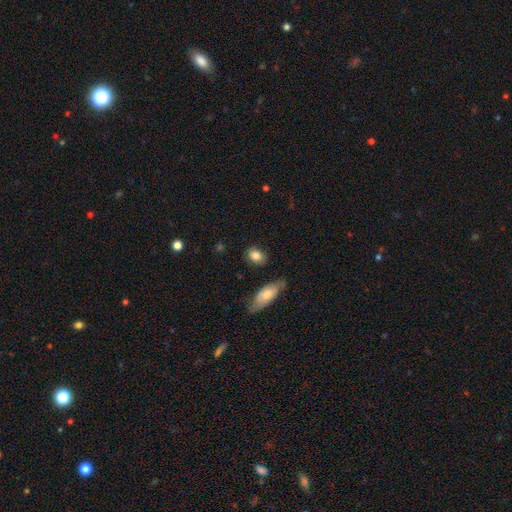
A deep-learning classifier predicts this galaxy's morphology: A smooth galaxy with no disk features (84%) that is in between round and cigar-shaped (69%).

Vote fractions:
- Smooth or featured? smooth: 84% / featured or disk: 8% / star or artifact: 8%
- How rounded? in between: 69% / round: 29% / cigar-shaped: 3%
- Merging? none: 80% / minor disturbance: 14% / major disturbance: 3% / merger: 3%